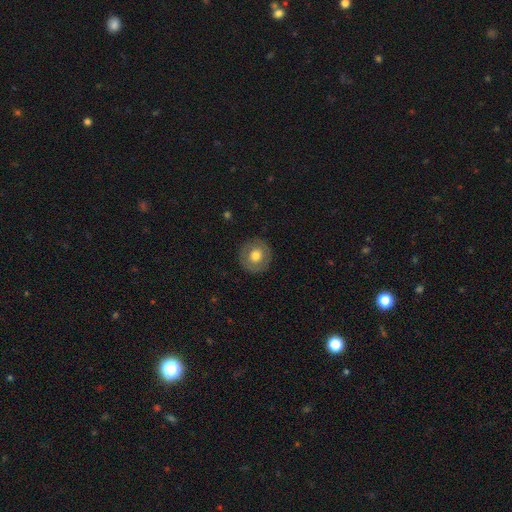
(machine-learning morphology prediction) A smooth galaxy with no disk features (64%) that is round (94%).

Vote fractions:
- Smooth or featured? smooth: 64% / featured or disk: 28% / star or artifact: 8%
- How rounded? round: 94% / in between: 5% / cigar-shaped: 1%
- Merging? none: 89% / minor disturbance: 8% / major disturbance: 3% / merger: 1%